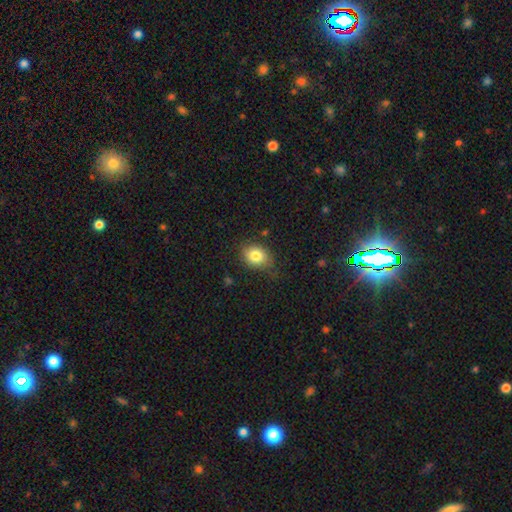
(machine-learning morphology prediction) Smooth or featured? Predicted: smooth (p=0.81). How rounded? Predicted: in between (p=0.53). Merging? Predicted: none (p=0.71).